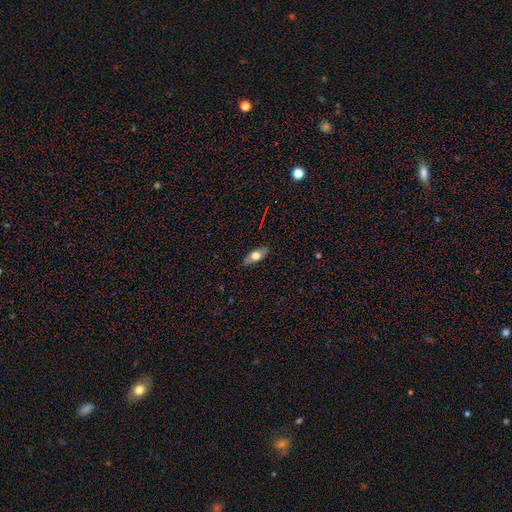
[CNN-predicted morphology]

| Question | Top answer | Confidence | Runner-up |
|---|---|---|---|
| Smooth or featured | smooth | 63% | featured or disk (30%) |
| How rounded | in between | 78% | cigar-shaped (18%) |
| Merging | none | 83% | minor disturbance (13%) |